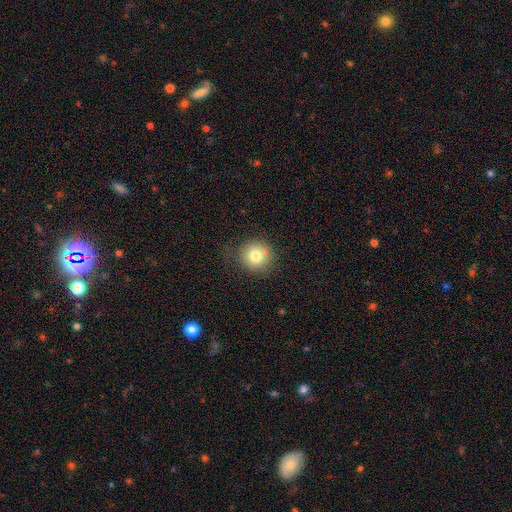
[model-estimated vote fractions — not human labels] Q: Smooth or featured?
A: smooth (79%); runner-up: star or artifact (11%)
Q: How rounded?
A: round (92%); runner-up: in between (7%)
Q: Merging?
A: none (81%); runner-up: minor disturbance (13%)